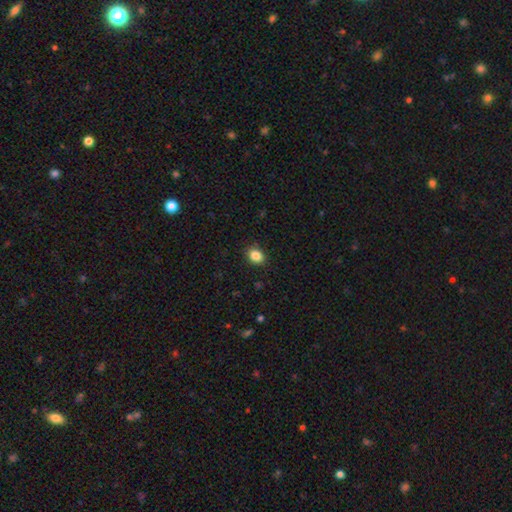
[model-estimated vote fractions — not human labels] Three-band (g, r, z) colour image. It shows a smooth galaxy with no disk features (86%) that is in between round and cigar-shaped (61%). Merging: none (89%).